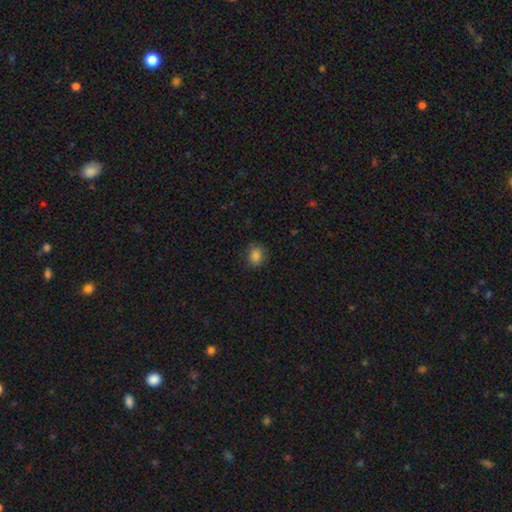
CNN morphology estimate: smooth-or-featured: smooth: 83% | star or artifact: 11% | featured or disk: 6%
  how-rounded: round: 62% | in between: 37% | cigar-shaped: 1%
  merging: none: 81% | minor disturbance: 14% | major disturbance: 4% | merger: 1%